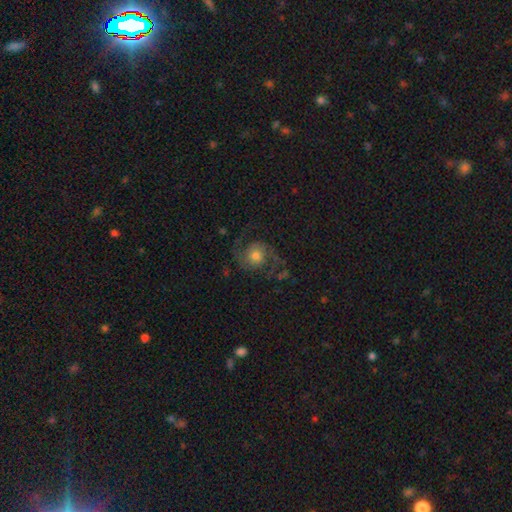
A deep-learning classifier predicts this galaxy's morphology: A featured or disk galaxy (79%) with no bar (76%), 2 (91%) medium (48%) spiral arms (95%) and a moderate central bulge (61%). Merging: none (69%).